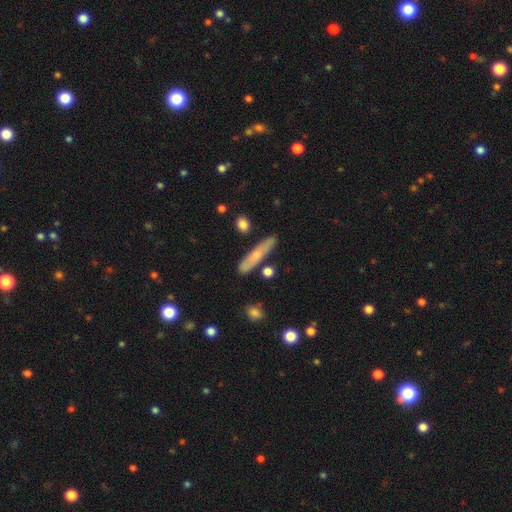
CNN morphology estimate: This is possibly a smooth galaxy (57%). How rounded: clearly cigar-shaped (88%). Merging: clearly none (80%).